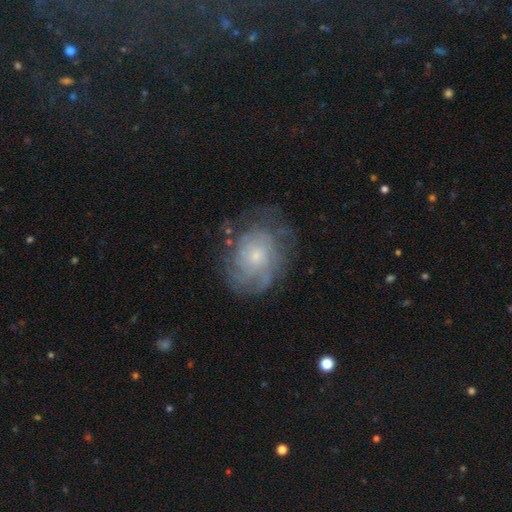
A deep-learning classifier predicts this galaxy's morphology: Smooth or featured? Predicted: featured or disk (p=0.69). Edge-on disk? Predicted: no (p=0.97). Bar? Predicted: no (p=0.82). Spiral arms? Predicted: yes (p=0.82). Spiral winding? Predicted: tight (p=0.65). Spiral arm count? Predicted: can't tell (p=0.58). Bulge size? Predicted: small (p=0.70). Merging? Predicted: none (p=0.65).